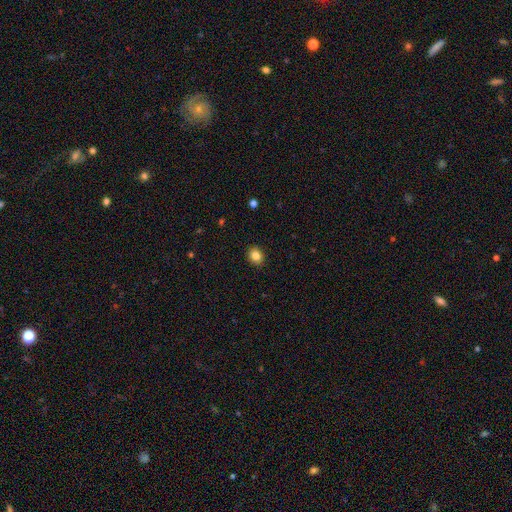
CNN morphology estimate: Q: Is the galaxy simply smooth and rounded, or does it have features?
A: smooth — 84%.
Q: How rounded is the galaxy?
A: round — 61%.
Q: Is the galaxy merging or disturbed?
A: none — 91%.